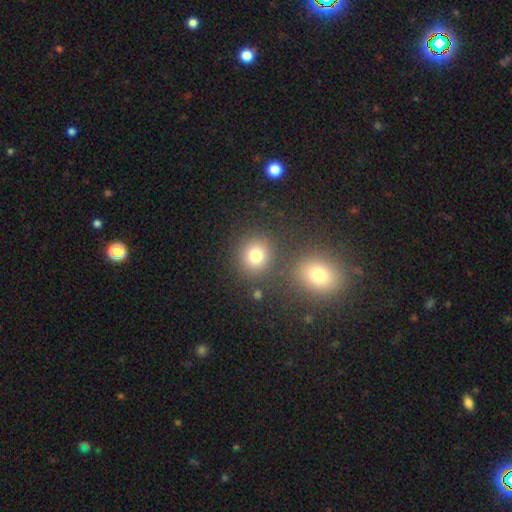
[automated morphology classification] smooth 77%, star or artifact 15%, featured or disk 8%. Down the decision tree: how rounded — round (87%); merging — none (79%).